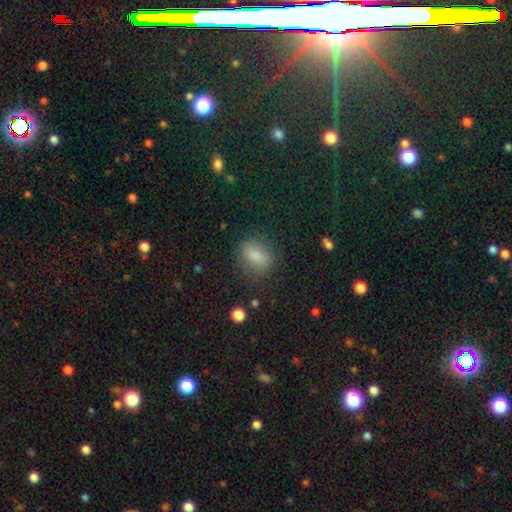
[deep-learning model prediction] A smooth galaxy with no disk features (80%) that is in between round and cigar-shaped (61%).

Vote fractions:
- Smooth or featured? smooth: 80% / star or artifact: 10% / featured or disk: 10%
- How rounded? in between: 61% / round: 36% / cigar-shaped: 3%
- Merging? none: 78% / minor disturbance: 15% / major disturbance: 6% / merger: 2%